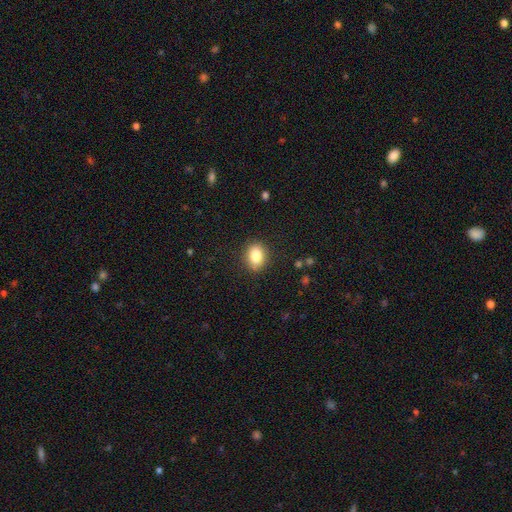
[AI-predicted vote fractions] A smooth galaxy with no disk features (84%) that is in between round and cigar-shaped (61%).

Vote fractions:
- Smooth or featured? smooth: 84% / star or artifact: 9% / featured or disk: 7%
- How rounded? in between: 61% / round: 38% / cigar-shaped: 1%
- Merging? none: 85% / minor disturbance: 11% / major disturbance: 3% / merger: 1%